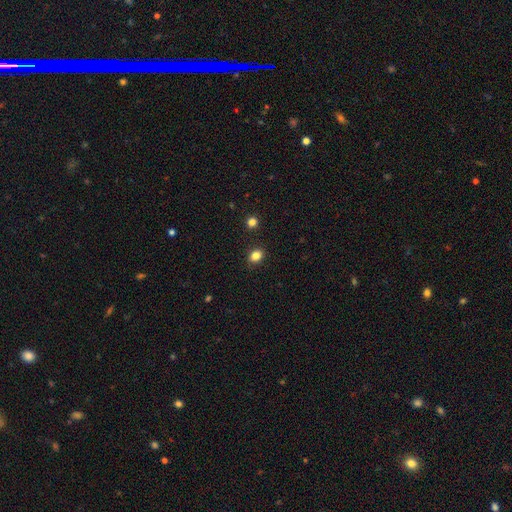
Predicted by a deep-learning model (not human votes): smooth 83%, star or artifact 12%, featured or disk 5%. Down the decision tree: how rounded — in between (54%); merging — none (88%).